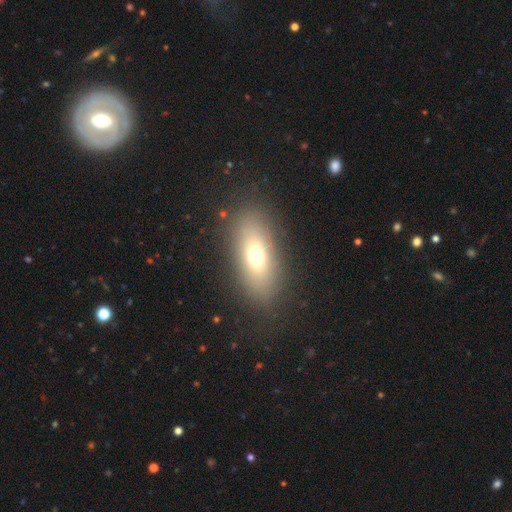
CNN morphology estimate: smooth 67%, featured or disk 22%, star or artifact 11%. Down the decision tree: how rounded — in between (79%); merging — none (84%).